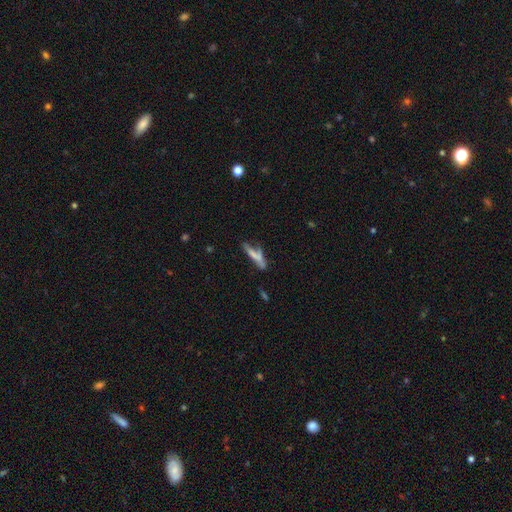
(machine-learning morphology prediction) A smooth galaxy with no disk features (58%) that is cigar-shaped (84%).

Vote fractions:
- Smooth or featured? smooth: 58% / featured or disk: 33% / star or artifact: 10%
- How rounded? cigar-shaped: 84% / in between: 14% / round: 2%
- Merging? none: 40% / merger: 26% / minor disturbance: 19% / major disturbance: 15%